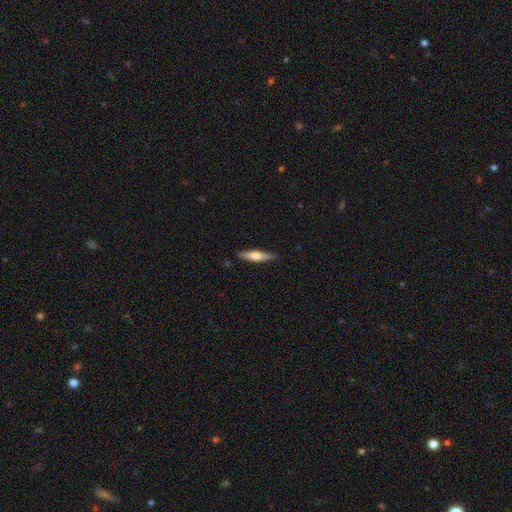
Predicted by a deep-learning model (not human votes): Smooth or featured?
  - featured or disk: 49% *
  - smooth: 46%
  - star or artifact: 5%
Merging?
  - none: 87% *
  - minor disturbance: 10%
  - major disturbance: 2%
  - merger: 1%